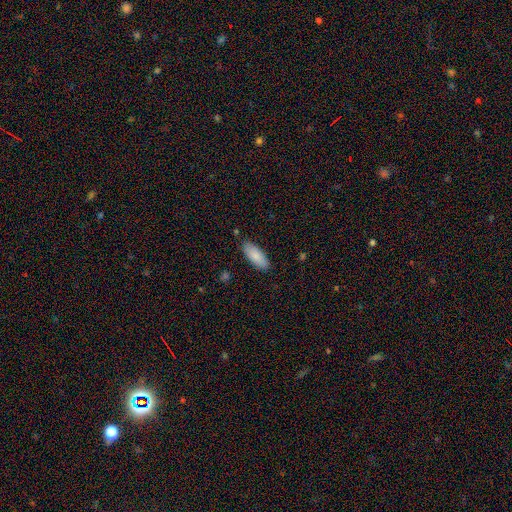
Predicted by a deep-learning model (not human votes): smooth-or-featured: smooth: 87% | featured or disk: 7% | star or artifact: 6%
  how-rounded: in between: 77% | cigar-shaped: 21% | round: 2%
  merging: none: 87% | minor disturbance: 10% | major disturbance: 2% | merger: 1%